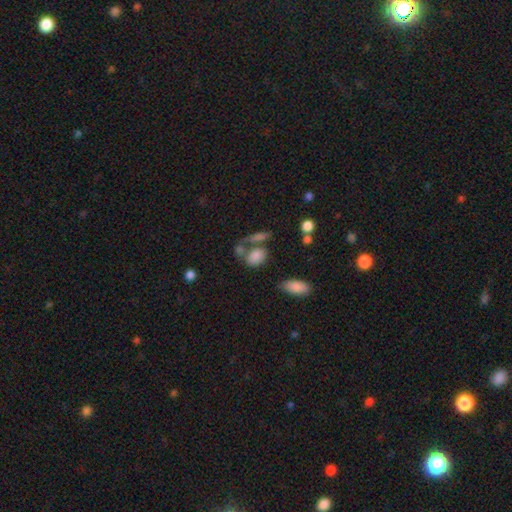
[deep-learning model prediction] Morphology: type=smooth (80%); roundness=in between (73%); merging=none (41%).